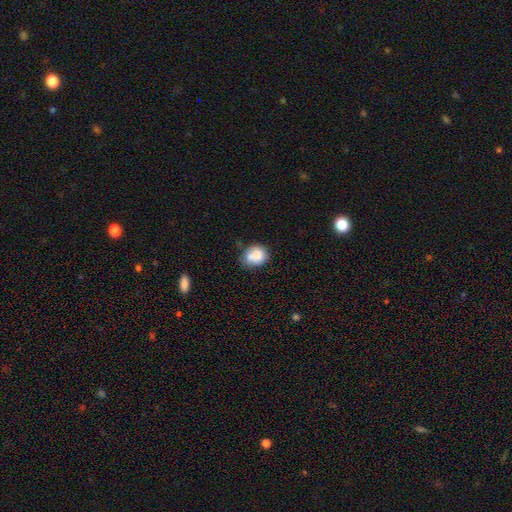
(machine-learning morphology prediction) A smooth galaxy with no disk features (81%) that is round (61%). Merging: none (56%).